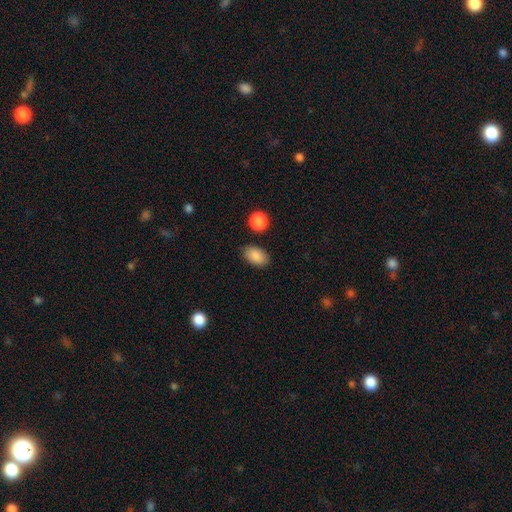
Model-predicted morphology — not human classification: Smooth or featured? Predicted: smooth (p=0.88). How rounded? Predicted: in between (p=0.90). Merging? Predicted: none (p=0.85).